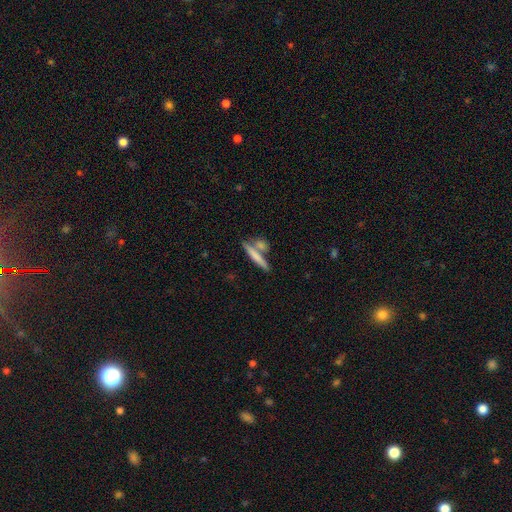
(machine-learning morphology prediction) type=smooth (67%); roundness=cigar-shaped (86%); merging=none (59%).